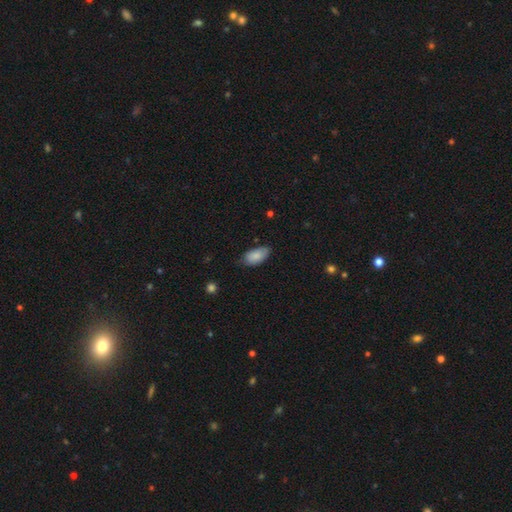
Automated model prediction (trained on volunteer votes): Overall: smooth (84%). How rounded: in between (94%). Merging: none (65%; minor disturbance 29%).